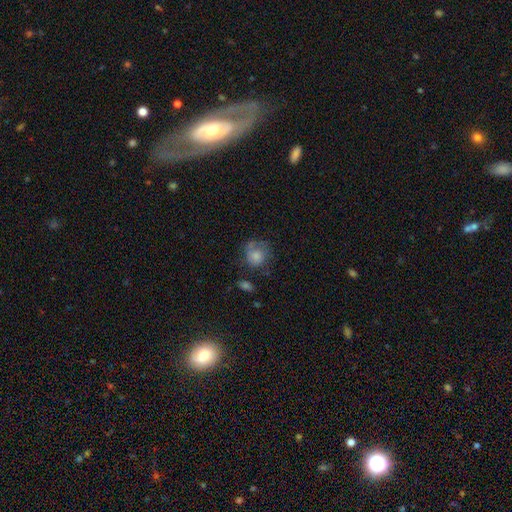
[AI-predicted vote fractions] A smooth galaxy with no disk features (69%) that is round (78%). Merging: none (47%).